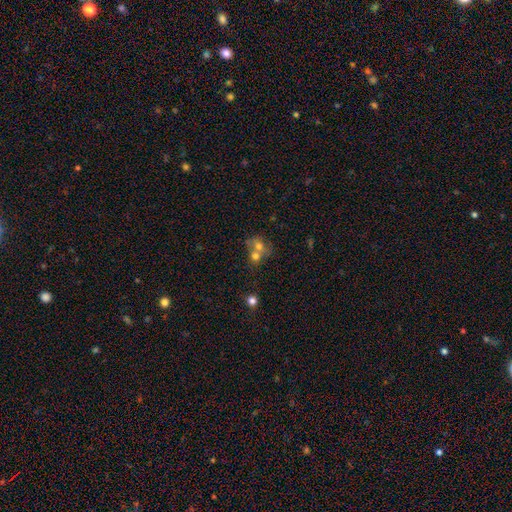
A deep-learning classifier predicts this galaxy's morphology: Overall: smooth (66%). How rounded: round (65%; in between 34%). Merging: merger (59%; none 30%).